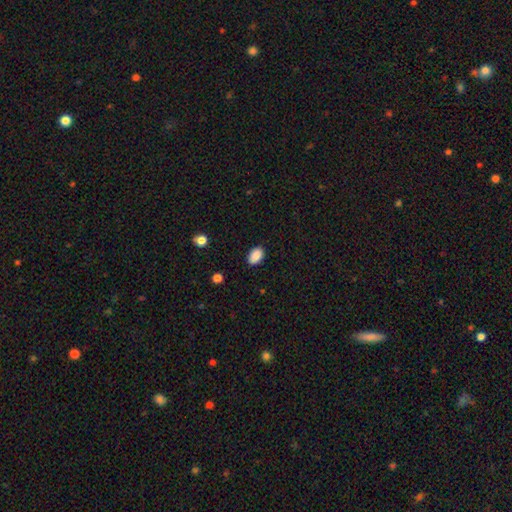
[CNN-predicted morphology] Overall: smooth (89%). How rounded: in between (89%). Merging: none (87%).